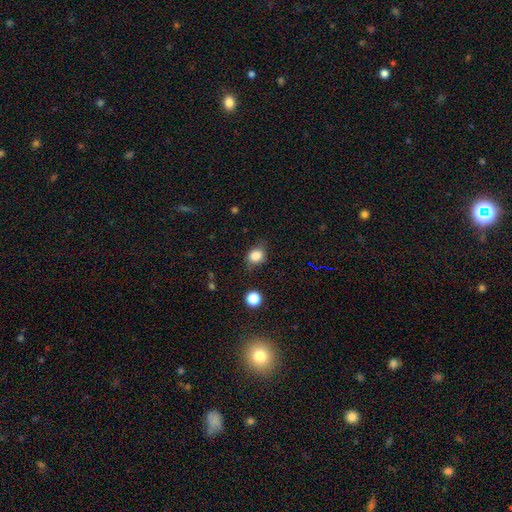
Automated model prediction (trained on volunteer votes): Smooth or featured? smooth (83%)
How rounded? round (55%)
Merging? none (69%)